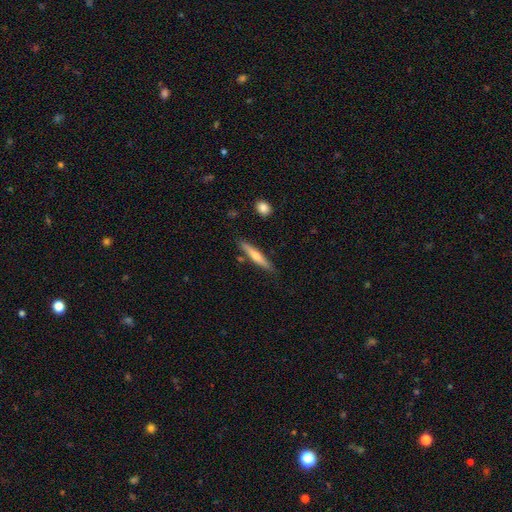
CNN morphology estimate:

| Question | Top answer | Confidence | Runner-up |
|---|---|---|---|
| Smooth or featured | smooth | 49% | featured or disk (46%) |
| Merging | none | 83% | minor disturbance (12%) |